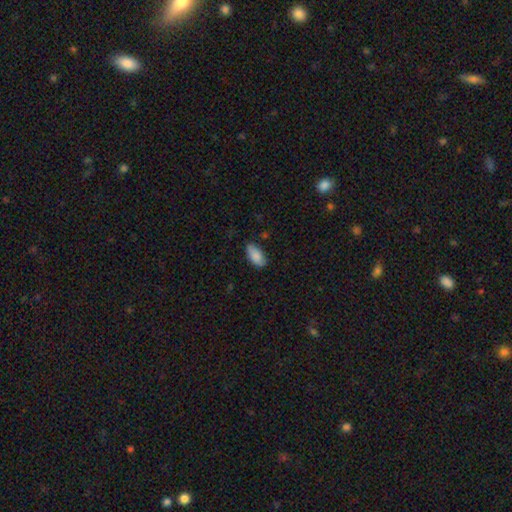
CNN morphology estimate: smooth_or_featured: smooth (p=0.87) [alt: featured or disk p=0.07]
how_rounded: in between (p=0.91) [alt: cigar-shaped p=0.06]
merging: none (p=0.79) [alt: minor disturbance p=0.17]